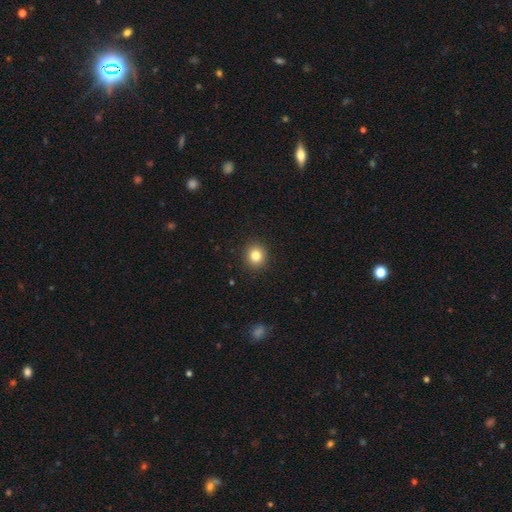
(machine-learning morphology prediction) The model was most divided on "smooth or featured": smooth: 83%, star or artifact: 11%, featured or disk: 6%. More confident: merging — none (92%); how rounded — round (87%).